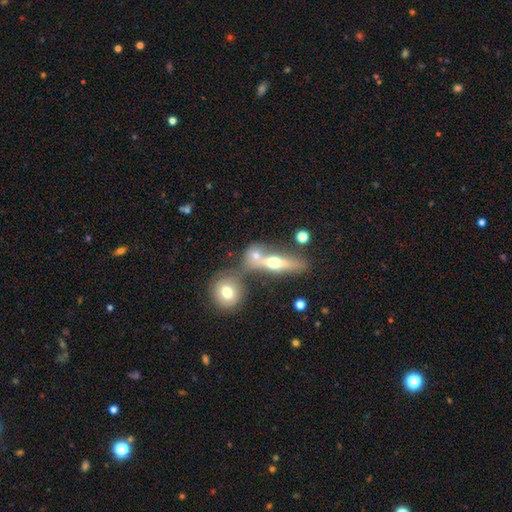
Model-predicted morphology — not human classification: Smooth or featured? smooth (50%)
How rounded? round (39%)
Merging? merger (42%)